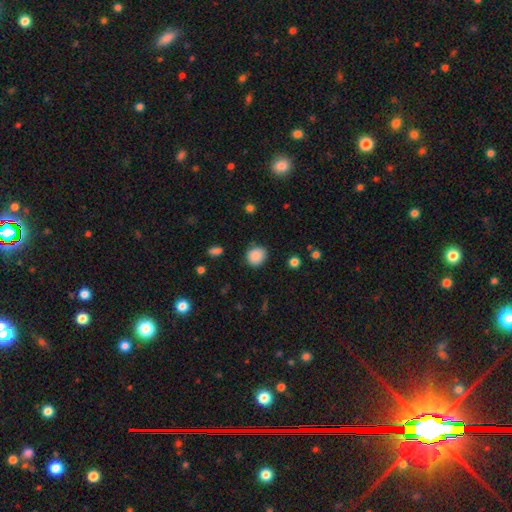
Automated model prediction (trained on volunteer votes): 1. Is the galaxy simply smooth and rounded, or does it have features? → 87% smooth, 9% star or artifact, 4% featured or disk.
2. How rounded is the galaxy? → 83% round, 16% in between, 1% cigar-shaped.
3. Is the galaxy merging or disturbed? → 82% none, 13% minor disturbance, 3% major disturbance, 2% merger.